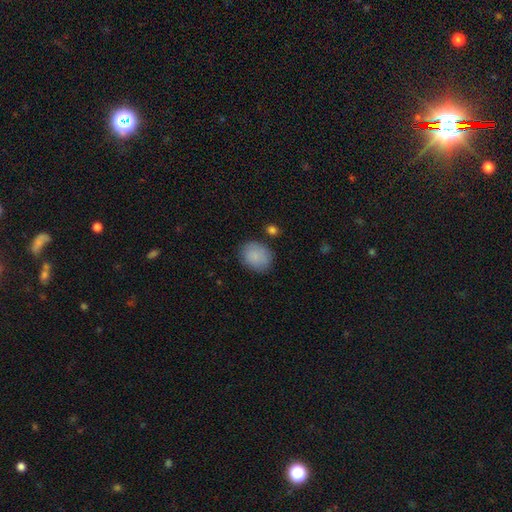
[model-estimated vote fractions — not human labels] A smooth galaxy with no disk features (87%) that is round (51%). Merging: none (79%).